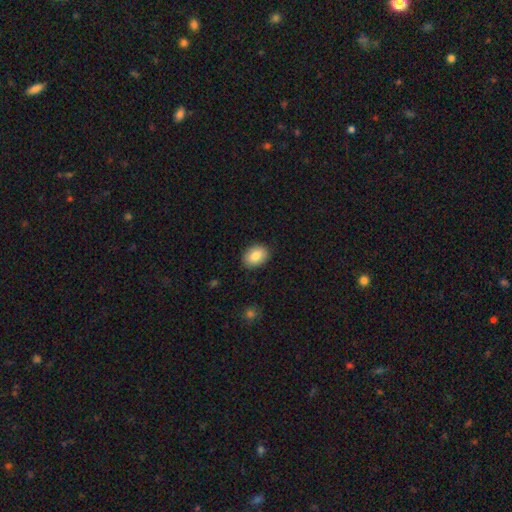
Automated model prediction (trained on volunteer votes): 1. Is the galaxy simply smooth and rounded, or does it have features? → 85% smooth, 8% featured or disk, 7% star or artifact.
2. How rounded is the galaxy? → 75% in between, 24% round, 1% cigar-shaped.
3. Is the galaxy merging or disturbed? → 88% none, 9% minor disturbance, 2% major disturbance, 1% merger.